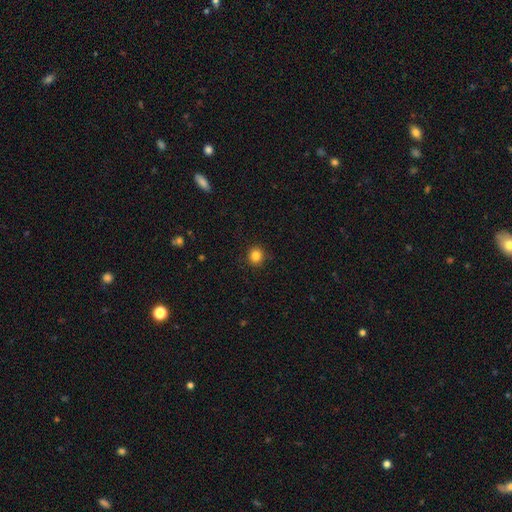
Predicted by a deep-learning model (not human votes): This appears to be a smooth galaxy with no disk features (84%) that is round (90%). Merging: none (90%).